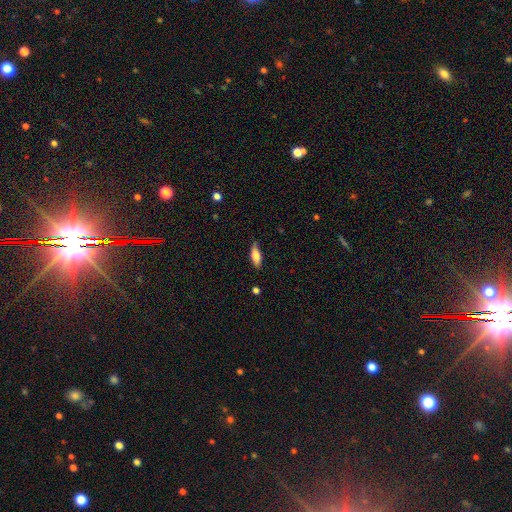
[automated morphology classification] smooth_or_featured: smooth (p=0.76) [alt: featured or disk p=0.18]
how_rounded: in between (p=0.68) [alt: cigar-shaped p=0.30]
merging: none (p=0.76) [alt: minor disturbance p=0.19]